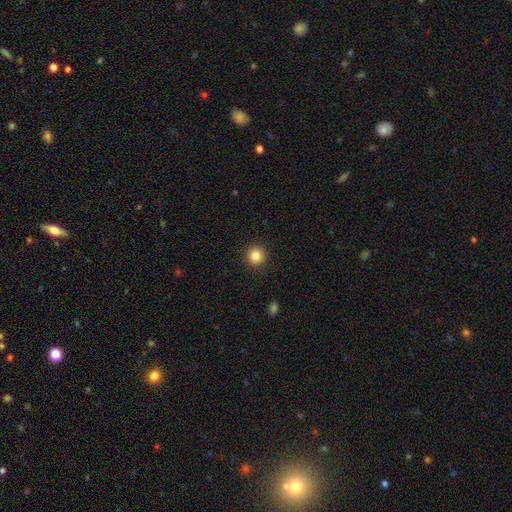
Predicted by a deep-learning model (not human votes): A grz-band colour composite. It shows a smooth galaxy with no disk features (85%) that is round (94%). Merging: none (92%).